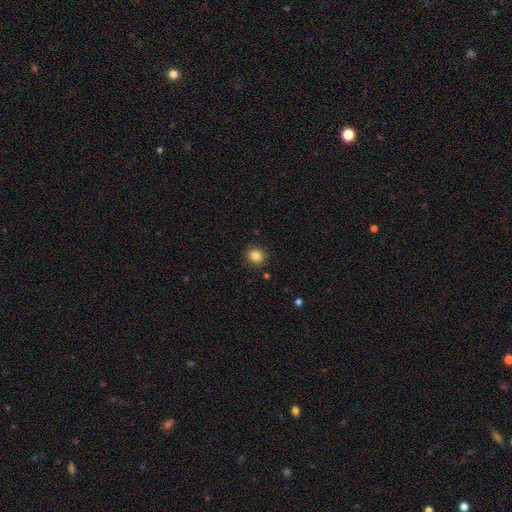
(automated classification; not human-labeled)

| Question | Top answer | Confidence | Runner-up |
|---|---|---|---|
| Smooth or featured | smooth | 84% | star or artifact (11%) |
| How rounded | round | 75% | in between (24%) |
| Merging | none | 89% | minor disturbance (7%) |